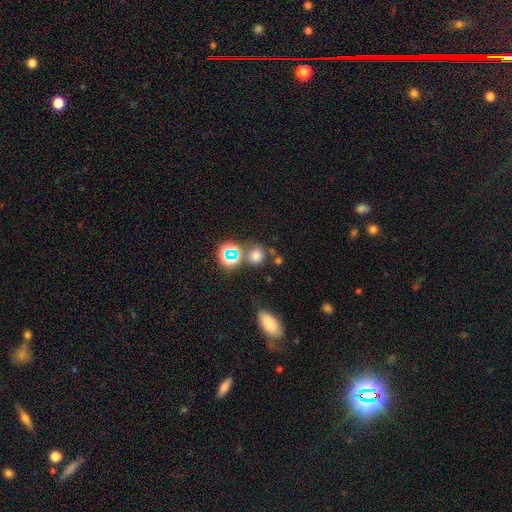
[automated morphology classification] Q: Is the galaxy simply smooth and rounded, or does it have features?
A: smooth — 68%.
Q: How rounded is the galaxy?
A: round — 80%.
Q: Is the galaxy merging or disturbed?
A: none — 70%.